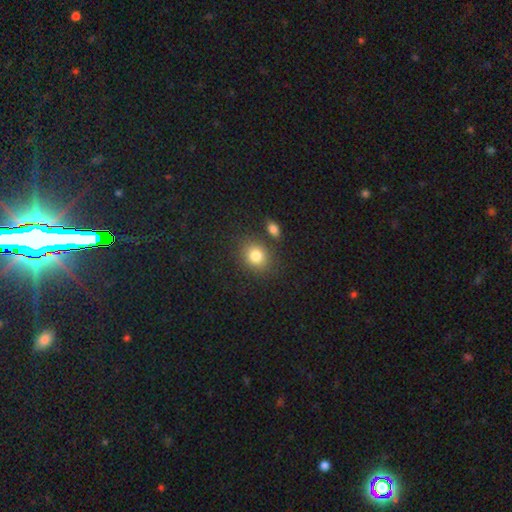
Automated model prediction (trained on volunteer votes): Q: Smooth or featured?
A: smooth (81%); runner-up: star or artifact (11%)
Q: How rounded?
A: round (63%); runner-up: in between (36%)
Q: Merging?
A: none (77%); runner-up: minor disturbance (10%)